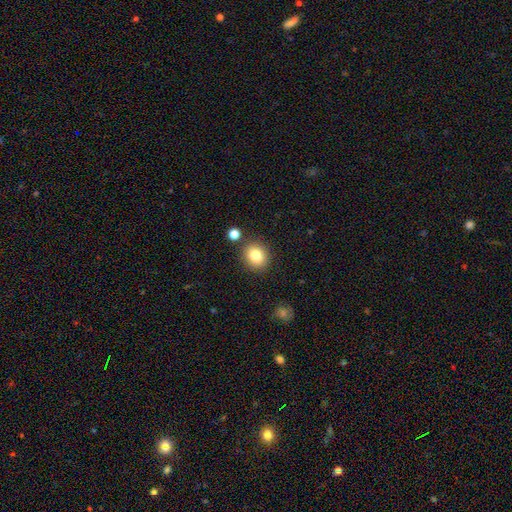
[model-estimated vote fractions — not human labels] smooth-or-featured: smooth: 81% | star or artifact: 11% | featured or disk: 8%
  how-rounded: round: 79% | in between: 20% | cigar-shaped: 1%
  merging: none: 86% | minor disturbance: 8% | merger: 4% | major disturbance: 2%